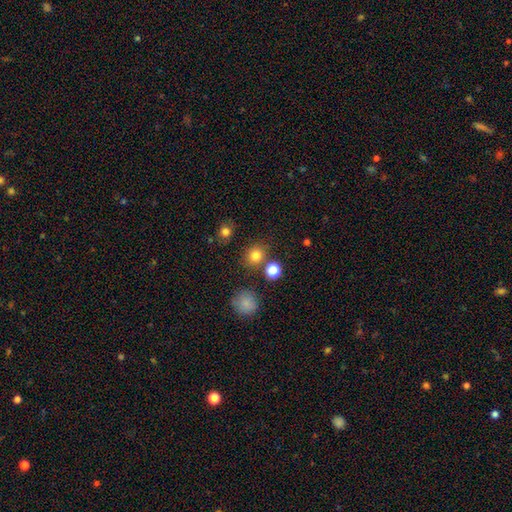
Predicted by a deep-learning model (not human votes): This is likely a smooth galaxy (78%). How rounded: likely round (76%). Merging: likely none (77%).